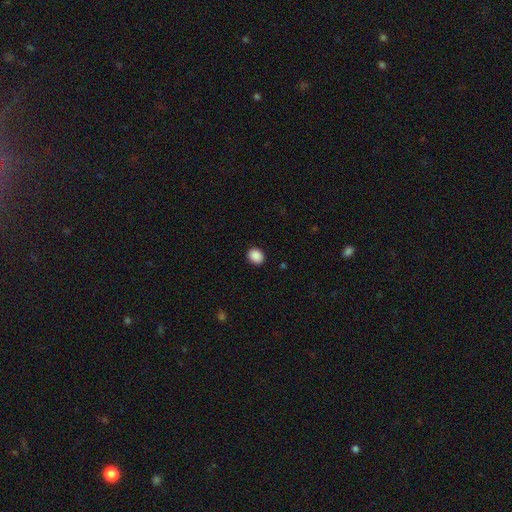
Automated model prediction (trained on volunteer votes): smooth_or_featured: smooth (p=0.89) [alt: star or artifact p=0.09]
how_rounded: round (p=0.66) [alt: in between p=0.33]
merging: none (p=0.91) [alt: minor disturbance p=0.06]